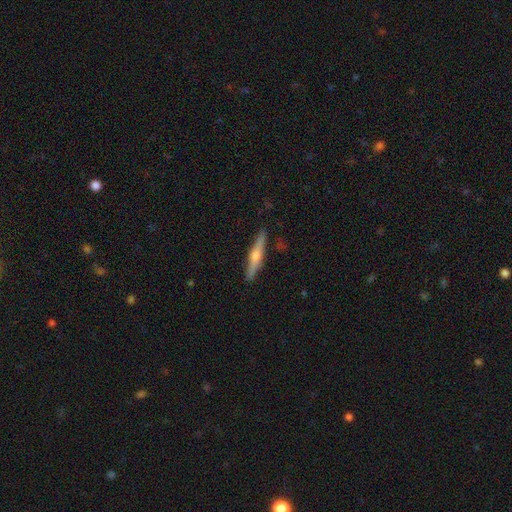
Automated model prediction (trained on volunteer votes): This appears to be a featured or disk galaxy (69%) viewed edge-on (97%) with a rounded central bulge (89%). Merging: none (90%).